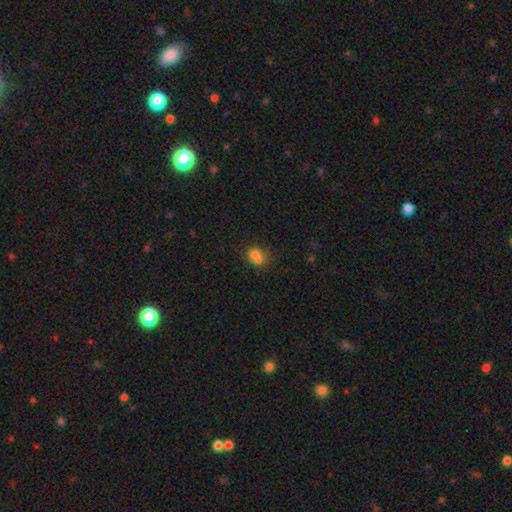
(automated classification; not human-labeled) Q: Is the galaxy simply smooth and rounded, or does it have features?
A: smooth — 73%.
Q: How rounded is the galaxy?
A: round — 58%.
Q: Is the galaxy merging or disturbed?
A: merger — 47%.